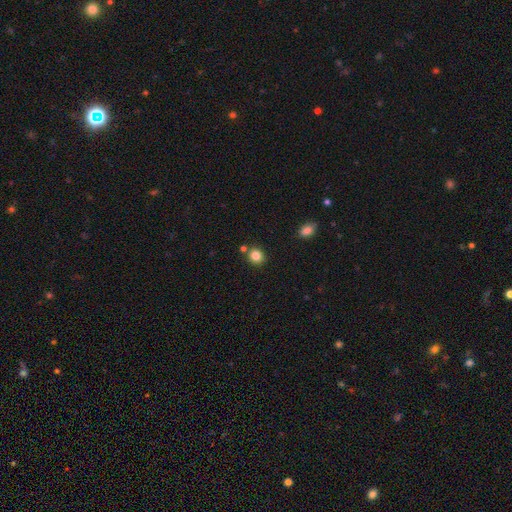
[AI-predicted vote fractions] Smooth or featured: smooth — 84% (star or artifact — 11%)
How rounded: round — 83% (in between — 16%)
Merging: none — 81% (minor disturbance — 8%)